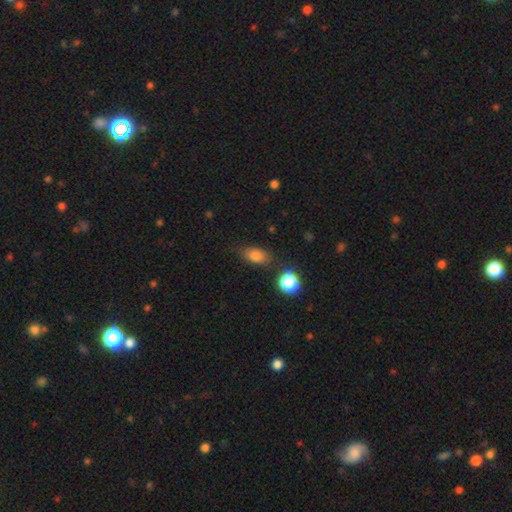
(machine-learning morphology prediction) A smooth galaxy with no disk features (80%) that is in between round and cigar-shaped (82%).

Vote fractions:
- Smooth or featured? smooth: 80% / star or artifact: 12% / featured or disk: 8%
- How rounded? in between: 82% / round: 14% / cigar-shaped: 4%
- Merging? none: 78% / minor disturbance: 14% / merger: 4% / major disturbance: 4%